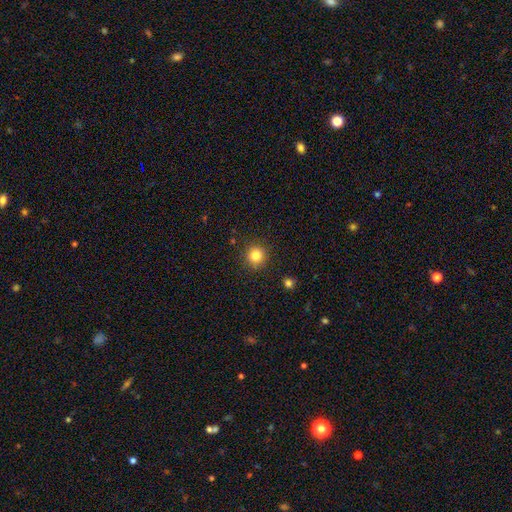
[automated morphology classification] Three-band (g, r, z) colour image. It shows a smooth galaxy with no disk features (82%) that is round (93%). Merging: none (89%).